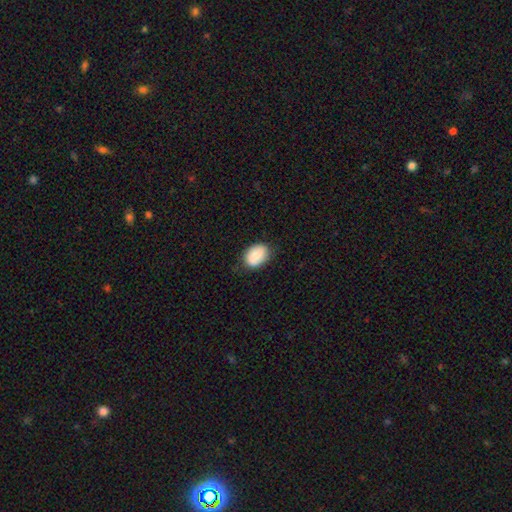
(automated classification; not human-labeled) A smooth galaxy with no disk features (75%) that is in between round and cigar-shaped (75%).

Vote fractions:
- Smooth or featured? smooth: 75% / featured or disk: 18% / star or artifact: 7%
- How rounded? in between: 75% / round: 24% / cigar-shaped: 1%
- Merging? none: 77% / minor disturbance: 18% / major disturbance: 4% / merger: 1%